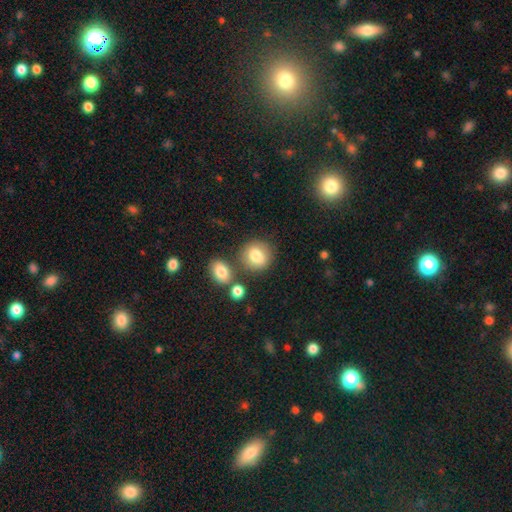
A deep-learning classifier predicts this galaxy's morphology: smooth 79%, featured or disk 12%, star or artifact 9%. Down the decision tree: how rounded — round (80%); merging — none (74%).